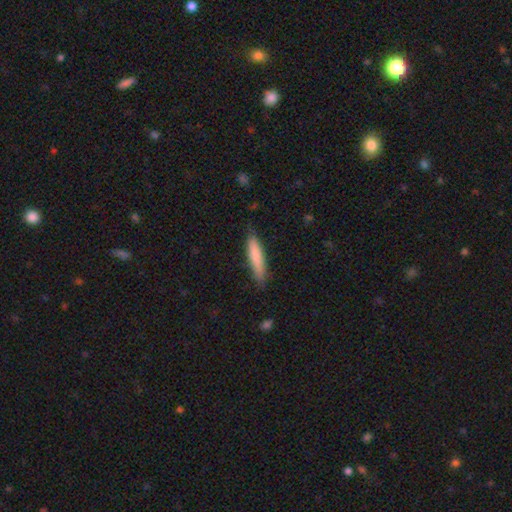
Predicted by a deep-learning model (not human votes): Morphology: type=smooth (78%); roundness=cigar-shaped (87%); merging=none (81%).